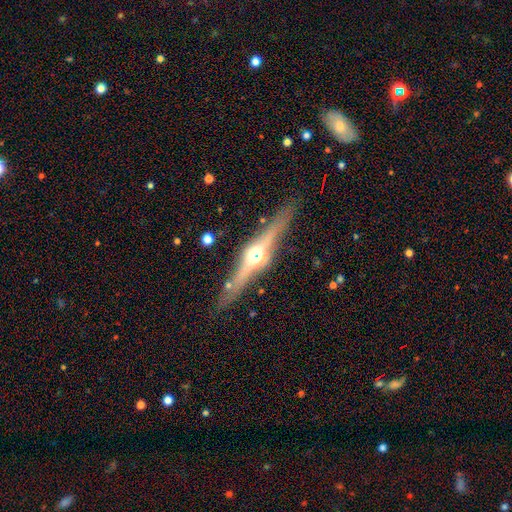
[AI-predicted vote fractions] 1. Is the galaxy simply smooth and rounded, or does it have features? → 79% featured or disk, 15% smooth, 7% star or artifact.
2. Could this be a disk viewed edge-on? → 96% yes, 4% no.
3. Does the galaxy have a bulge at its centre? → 93% rounded, 5% boxy, 2% none.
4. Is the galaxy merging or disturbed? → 86% none, 9% minor disturbance, 3% major disturbance, 2% merger.